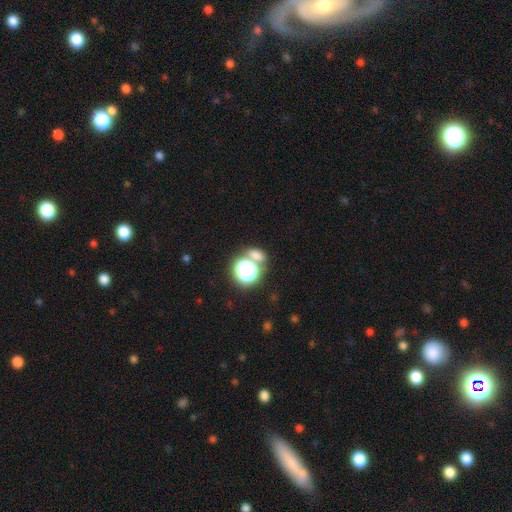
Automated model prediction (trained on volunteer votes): Overall: smooth (60%; star or artifact 29%). How rounded: round (54%; in between 43%). Merging: none (59%; merger 27%).